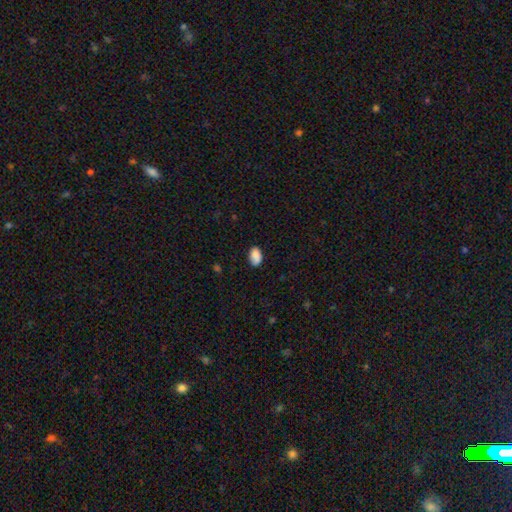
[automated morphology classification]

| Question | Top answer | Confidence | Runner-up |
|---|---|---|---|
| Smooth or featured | smooth | 86% | star or artifact (8%) |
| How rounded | in between | 91% | round (8%) |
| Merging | none | 77% | minor disturbance (19%) |